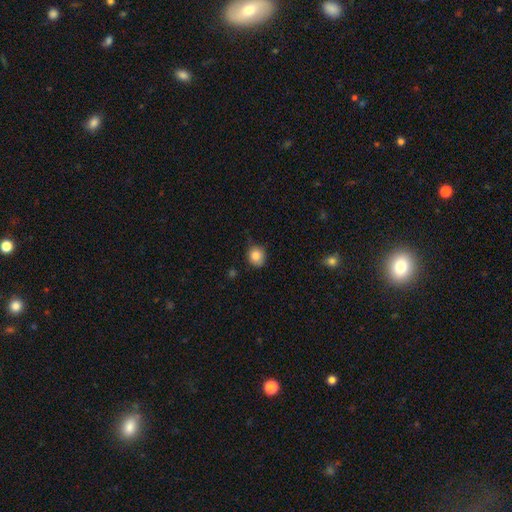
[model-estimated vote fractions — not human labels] Overall: smooth (83%). How rounded: round (78%). Merging: none (76%).